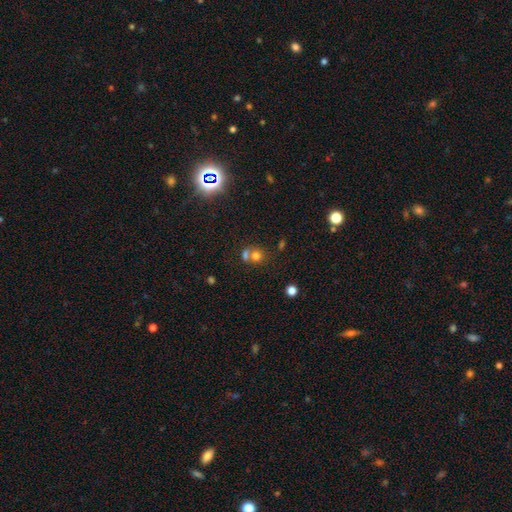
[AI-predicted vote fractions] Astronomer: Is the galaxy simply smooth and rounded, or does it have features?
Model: smooth — 70%.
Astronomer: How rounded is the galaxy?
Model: round — 76%.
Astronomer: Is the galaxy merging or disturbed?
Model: merger — 49% (runner-up: none, 40%).